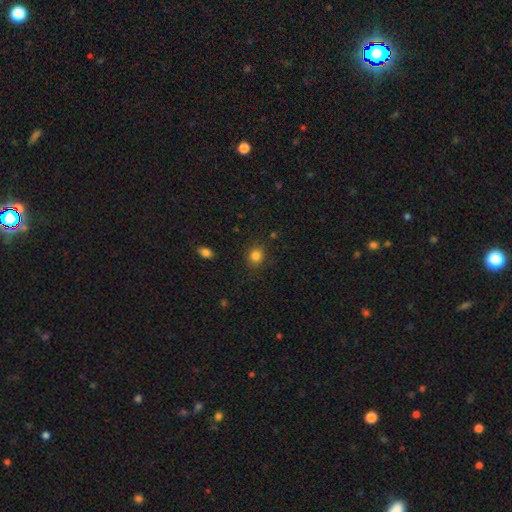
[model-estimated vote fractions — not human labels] A smooth galaxy with no disk features (84%) that is round (77%). Merging: none (87%).